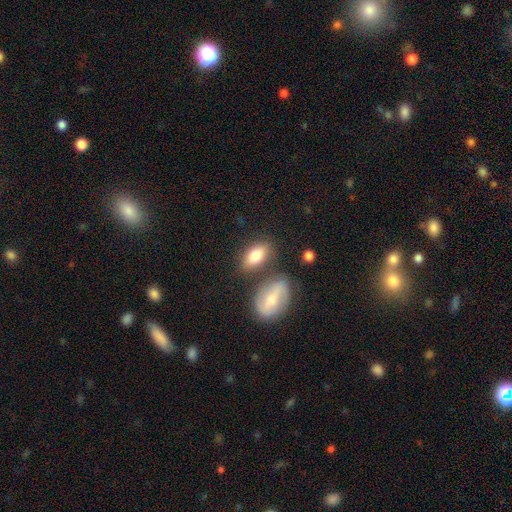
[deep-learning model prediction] A smooth galaxy with no disk features (78%) that is in between round and cigar-shaped (88%). Merging: none (68%).